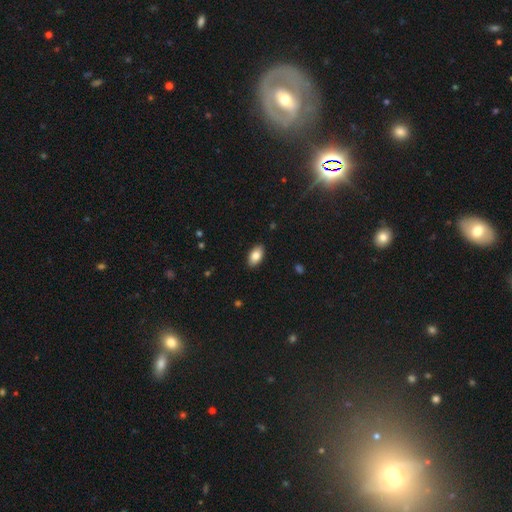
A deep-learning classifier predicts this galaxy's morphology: This is clearly a smooth galaxy (83%). How rounded: clearly in between (94%). Merging: clearly none (89%).